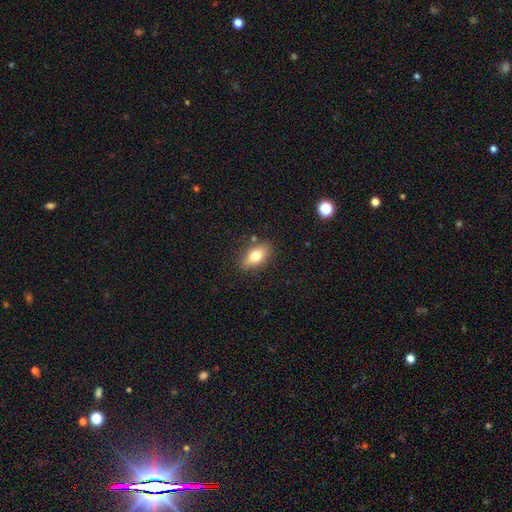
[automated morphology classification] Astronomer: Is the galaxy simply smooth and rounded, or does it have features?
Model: smooth — 70%.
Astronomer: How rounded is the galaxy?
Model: in between — 83%.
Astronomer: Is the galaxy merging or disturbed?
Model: none — 84%.